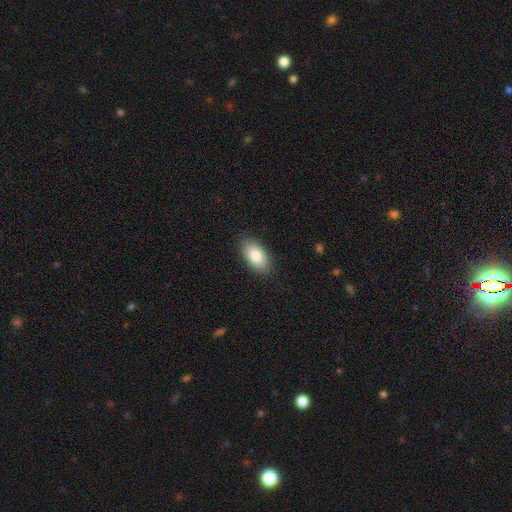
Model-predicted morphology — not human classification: Smooth or featured? smooth (82%)
How rounded? in between (93%)
Merging? none (87%)